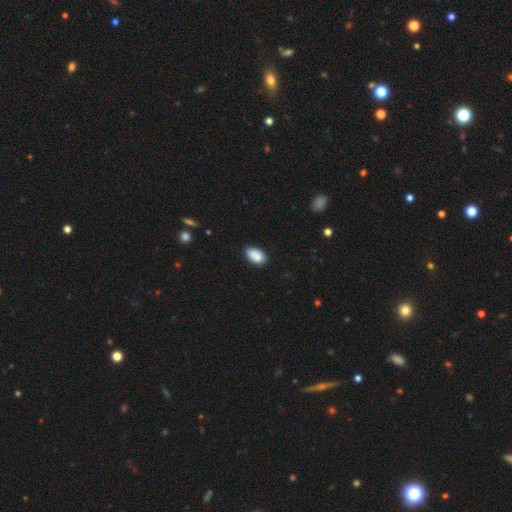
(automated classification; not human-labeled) Smooth or featured? Predicted: smooth (p=0.88). How rounded? Predicted: in between (p=0.92). Merging? Predicted: none (p=0.79).